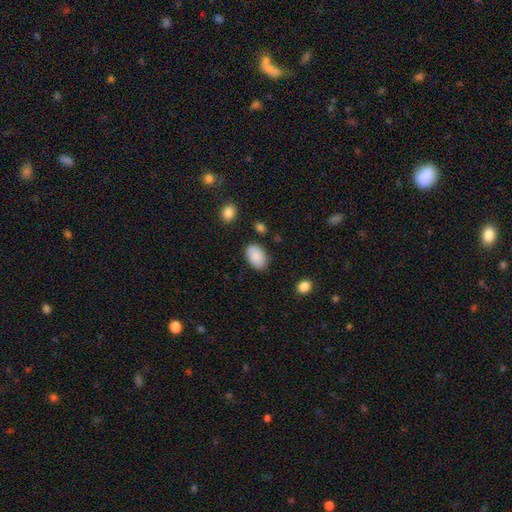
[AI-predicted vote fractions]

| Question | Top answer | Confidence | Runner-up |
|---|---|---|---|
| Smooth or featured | smooth | 89% | star or artifact (7%) |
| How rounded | in between | 90% | round (9%) |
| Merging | none | 81% | minor disturbance (13%) |